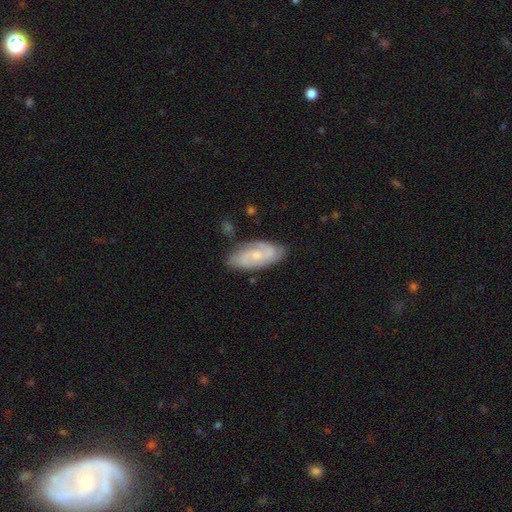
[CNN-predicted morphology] Q: Smooth or featured?
A: featured or disk (77%); runner-up: smooth (18%)
Q: Edge-on disk?
A: no (95%); runner-up: yes (5%)
Q: Bar?
A: no (52%); runner-up: weak (40%)
Q: Spiral arms?
A: yes (95%); runner-up: no (5%)
Q: Spiral winding?
A: medium (45%); runner-up: tight (42%)
Q: Spiral arm count?
A: 2 (71%); runner-up: can't tell (13%)
Q: Bulge size?
A: small (57%); runner-up: moderate (36%)
Q: Merging?
A: none (76%); runner-up: minor disturbance (17%)